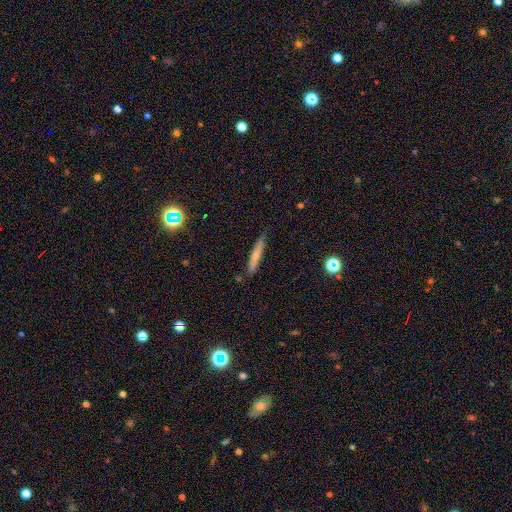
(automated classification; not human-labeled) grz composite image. It shows a smooth galaxy with no disk features (59%) that is cigar-shaped (91%). Merging: none (83%).